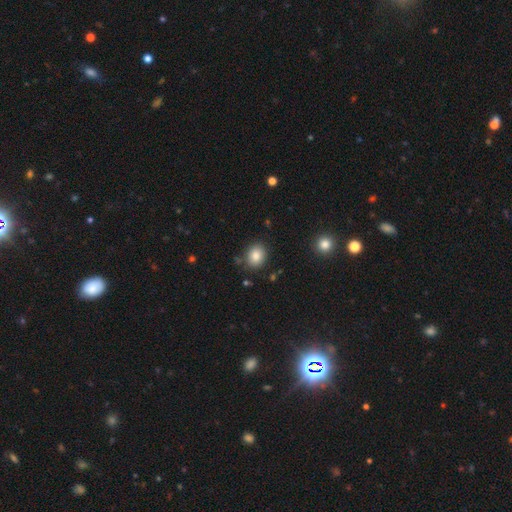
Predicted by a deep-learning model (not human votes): smooth_or_featured: smooth (p=0.84) [alt: star or artifact p=0.10]
how_rounded: round (p=0.56) [alt: in between p=0.44]
merging: none (p=0.84) [alt: minor disturbance p=0.10]